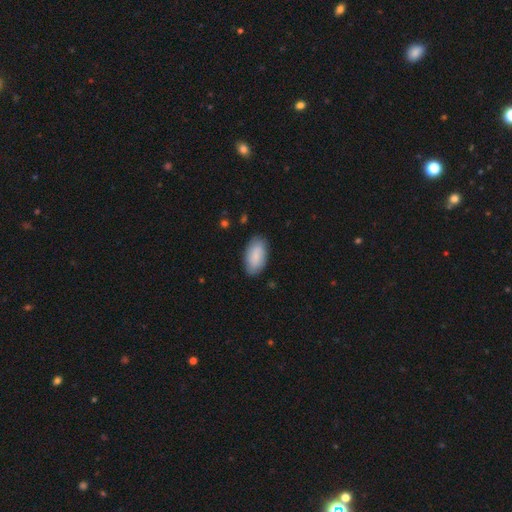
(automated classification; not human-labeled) Smooth or featured?
  - smooth: 80% *
  - featured or disk: 14%
  - star or artifact: 6%
How rounded?
  - in between: 94% *
  - cigar-shaped: 3%
  - round: 3%
Merging?
  - none: 83% *
  - minor disturbance: 13%
  - major disturbance: 3%
  - merger: 1%